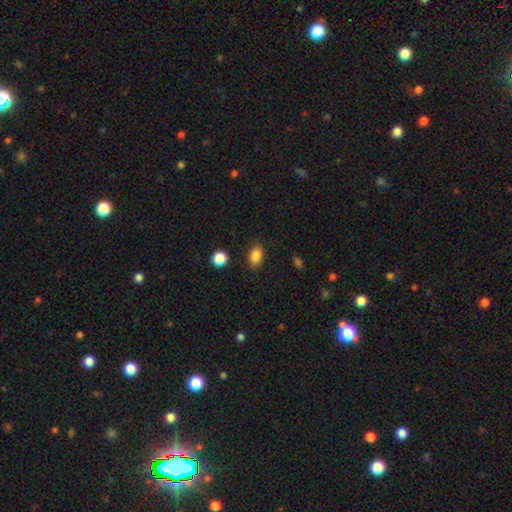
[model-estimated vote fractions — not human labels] smooth-or-featured: smooth: 86% | star or artifact: 10% | featured or disk: 5%
  how-rounded: in between: 83% | round: 15% | cigar-shaped: 2%
  merging: none: 86% | minor disturbance: 10% | major disturbance: 3% | merger: 2%